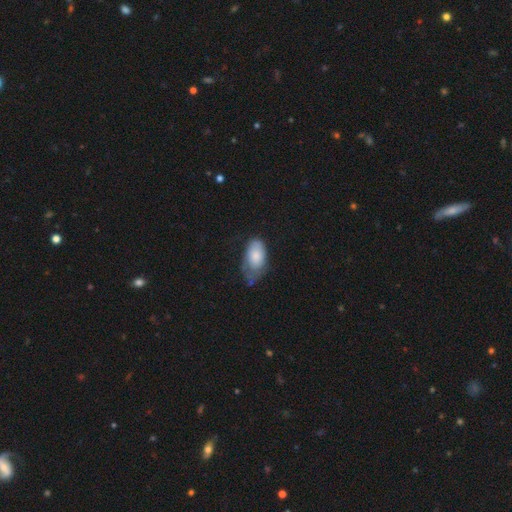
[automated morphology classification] Smooth or featured: smooth — 74% (featured or disk — 20%)
How rounded: in between — 93% (round — 5%)
Merging: minor disturbance — 40% (none — 34%)